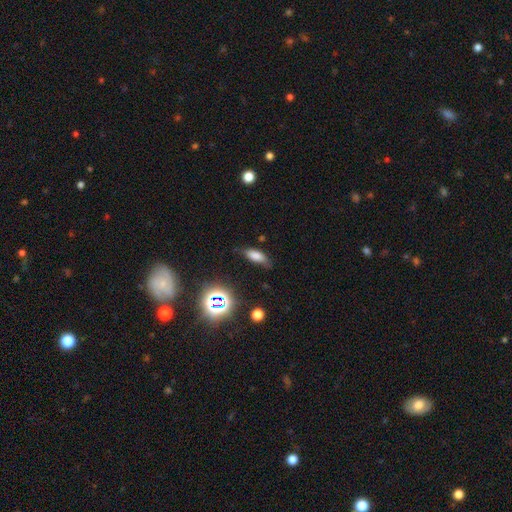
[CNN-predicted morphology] type=smooth (72%); roundness=in between (75%); merging=none (67%).